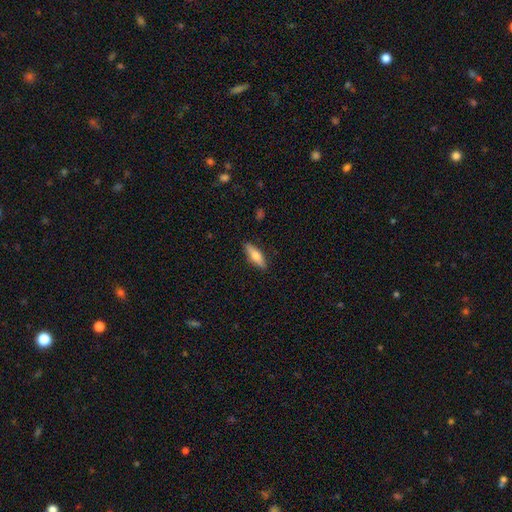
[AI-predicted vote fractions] Smooth or featured? smooth (65%)
How rounded? in between (51%)
Merging? none (87%)